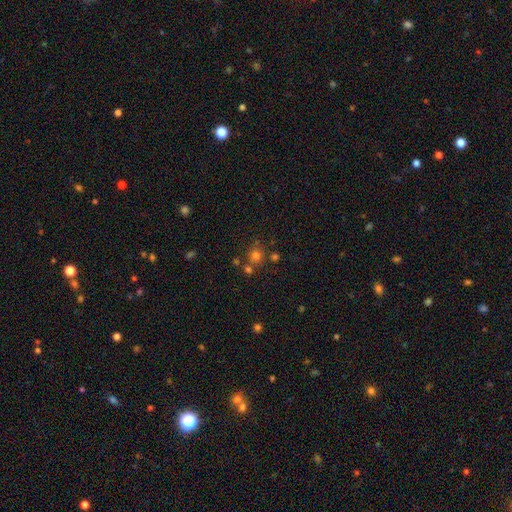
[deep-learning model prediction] The model was most divided on "merging": none: 66%, merger: 20%, minor disturbance: 9%, major disturbance: 4%. More confident: how rounded — round (86%); smooth or featured — smooth (69%).